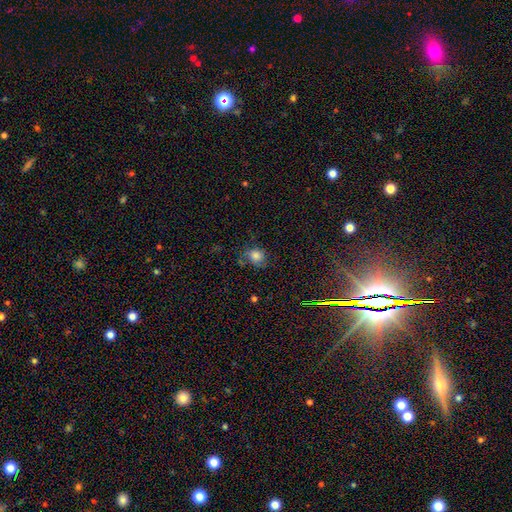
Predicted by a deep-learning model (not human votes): The model was most divided on "merging": none: 56%, minor disturbance: 27%, major disturbance: 13%, merger: 4%. More confident: smooth or featured — smooth (75%); how rounded — round (69%).